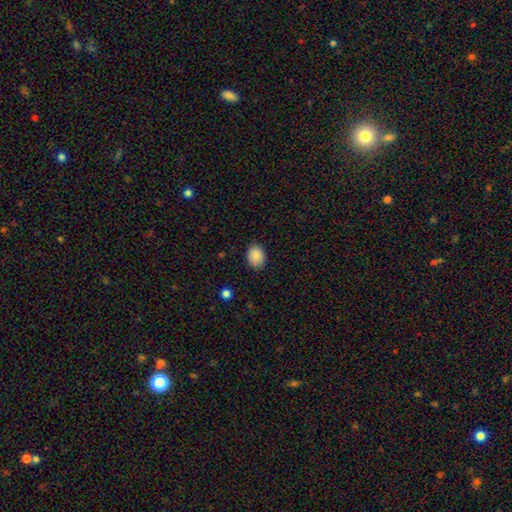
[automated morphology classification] Smooth or featured? smooth (89%)
How rounded? in between (72%)
Merging? none (83%)